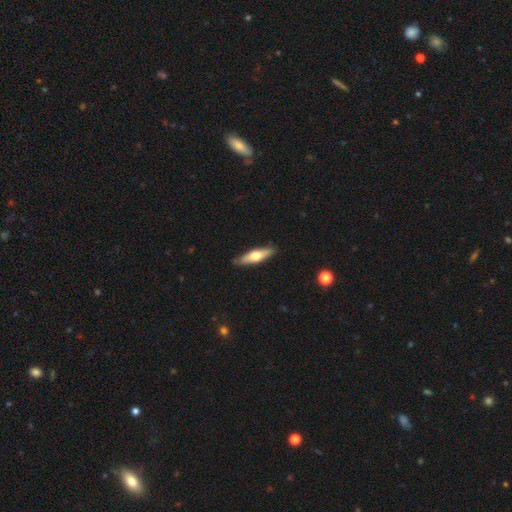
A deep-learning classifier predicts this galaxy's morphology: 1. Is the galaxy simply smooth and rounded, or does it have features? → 51% smooth, 44% featured or disk, 5% star or artifact.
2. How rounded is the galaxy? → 65% cigar-shaped, 33% in between, 2% round.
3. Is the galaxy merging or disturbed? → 86% none, 11% minor disturbance, 2% major disturbance, 1% merger.